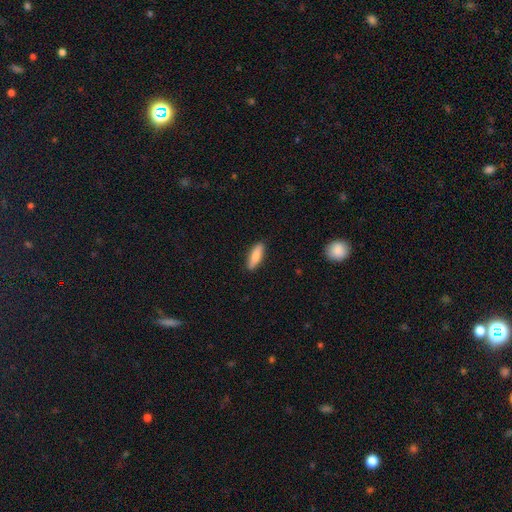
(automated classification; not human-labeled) Q: Smooth or featured?
A: smooth (81%); runner-up: featured or disk (14%)
Q: How rounded?
A: cigar-shaped (50%); runner-up: in between (48%)
Q: Merging?
A: none (87%); runner-up: minor disturbance (10%)